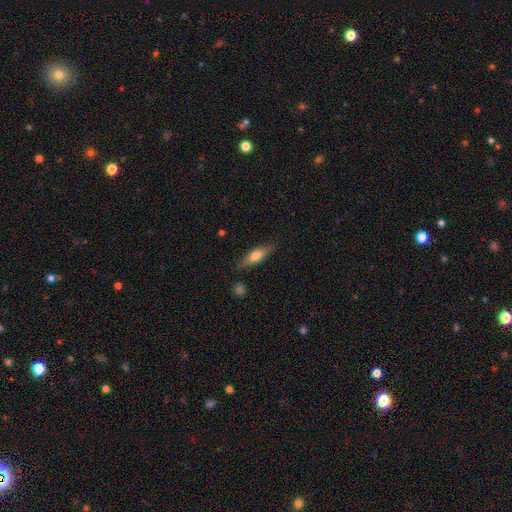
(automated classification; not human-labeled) smooth 60%, featured or disk 34%, star or artifact 7%. Down the decision tree: how rounded — cigar-shaped (57%); merging — none (83%).